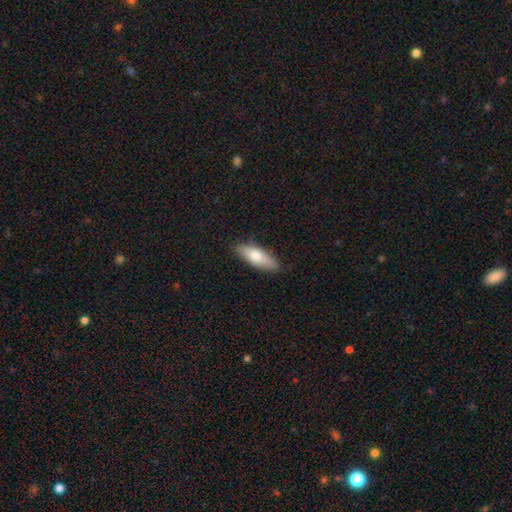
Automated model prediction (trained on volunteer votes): Smooth or featured: smooth — 73% (featured or disk — 21%)
How rounded: in between — 59% (cigar-shaped — 39%)
Merging: none — 85% (minor disturbance — 12%)